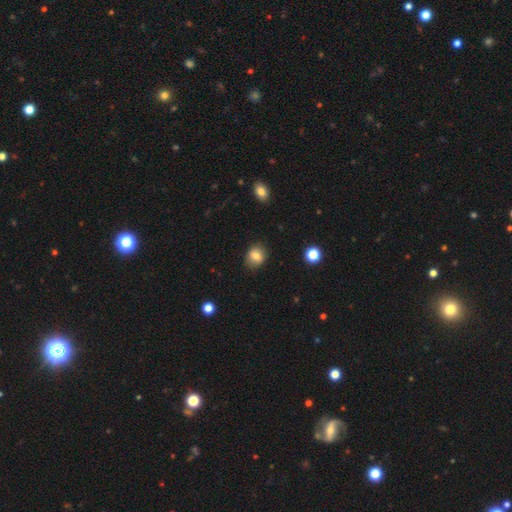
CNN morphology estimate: smooth 82%, star or artifact 10%, featured or disk 8%. Down the decision tree: how rounded — round (62%); merging — none (84%).